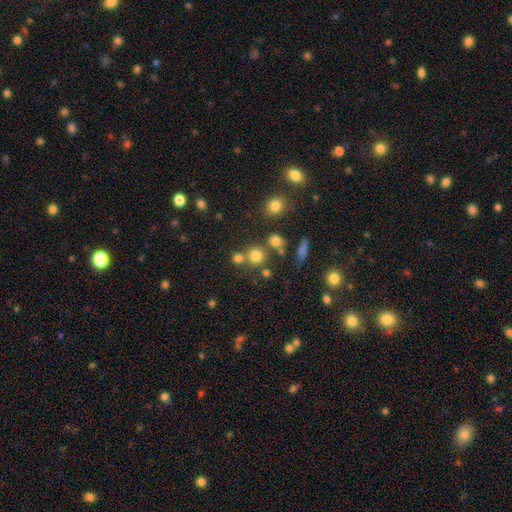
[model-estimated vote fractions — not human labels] smooth-or-featured: smooth: 75% | star or artifact: 17% | featured or disk: 8%
  how-rounded: round: 90% | in between: 9% | cigar-shaped: 1%
  merging: none: 65% | merger: 24% | minor disturbance: 8% | major disturbance: 4%